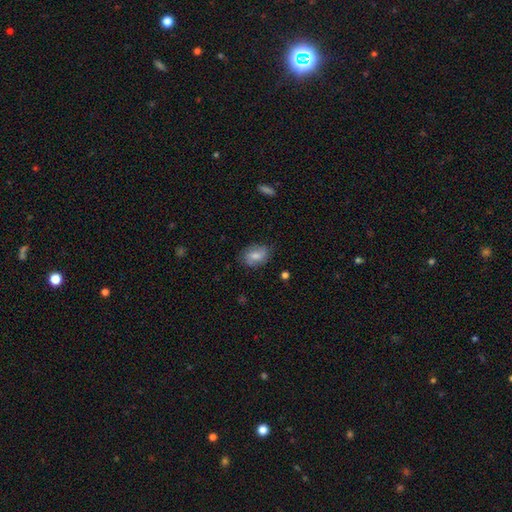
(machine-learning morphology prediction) This is likely a smooth galaxy (68%). How rounded: likely in between (74%). Merging: likely none (76%).